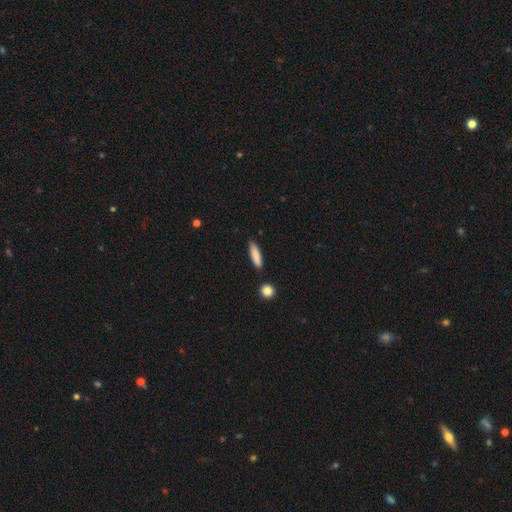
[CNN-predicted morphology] Q: Smooth or featured?
A: smooth (83%); runner-up: featured or disk (11%)
Q: How rounded?
A: cigar-shaped (73%); runner-up: in between (25%)
Q: Merging?
A: none (85%); runner-up: minor disturbance (10%)